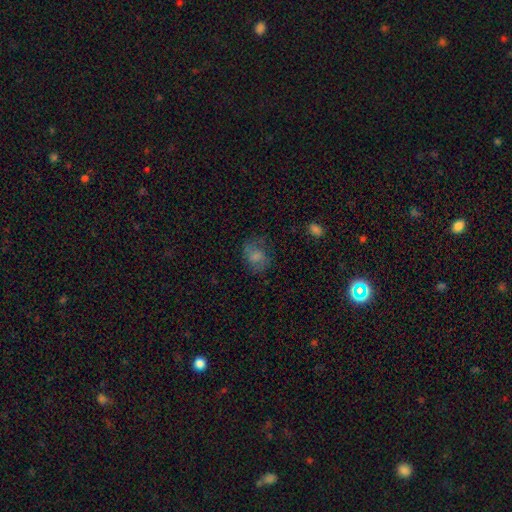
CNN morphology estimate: A smooth galaxy with no disk features (60%) that is in between round and cigar-shaped (52%). Merging: none (57%).